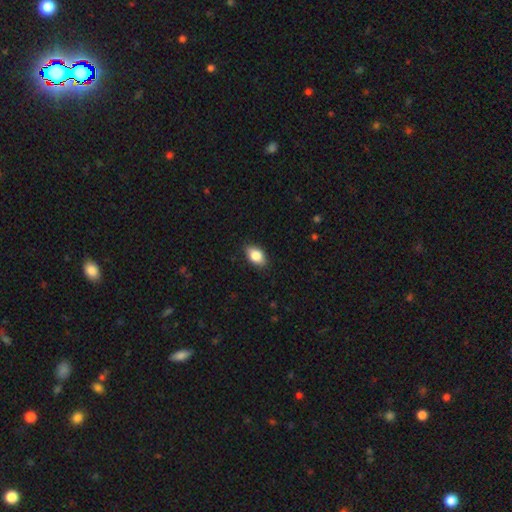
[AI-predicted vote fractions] Overall: smooth (85%). How rounded: in between (89%). Merging: none (86%).